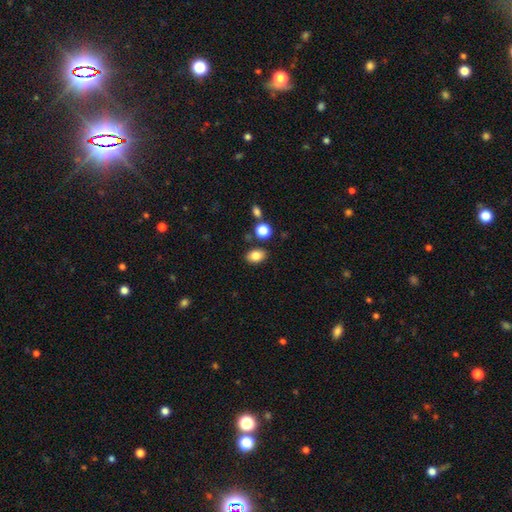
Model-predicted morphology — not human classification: This appears to be a smooth galaxy with no disk features (83%) that is in between round and cigar-shaped (76%). Merging: none (83%).